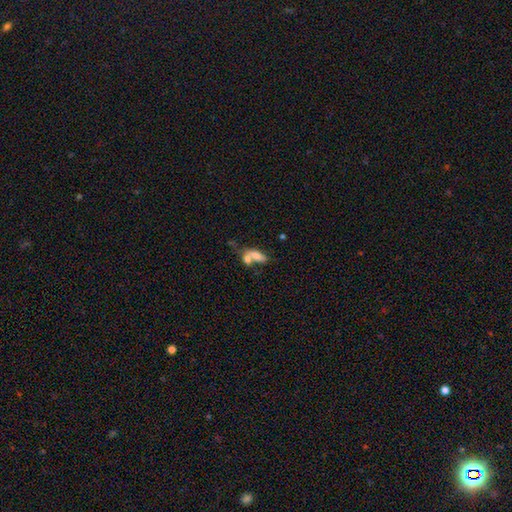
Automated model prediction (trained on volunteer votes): smooth_or_featured: smooth (p=0.70) [alt: featured or disk p=0.21]
how_rounded: in between (p=0.75) [alt: cigar-shaped p=0.18]
merging: merger (p=0.58) [alt: none p=0.24]